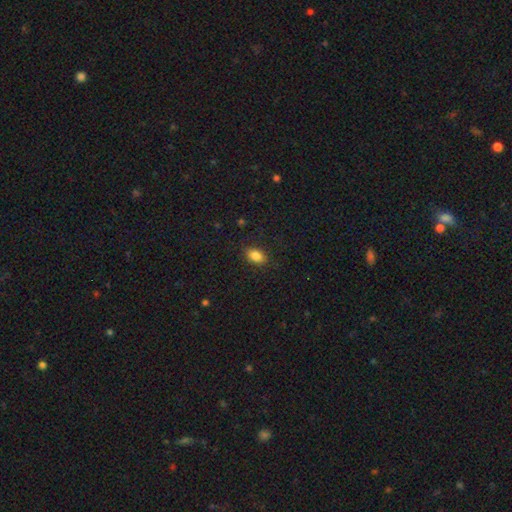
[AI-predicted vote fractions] smooth-or-featured: smooth: 85% | star or artifact: 9% | featured or disk: 6%
  how-rounded: in between: 86% | round: 12% | cigar-shaped: 2%
  merging: none: 86% | minor disturbance: 10% | major disturbance: 3% | merger: 1%